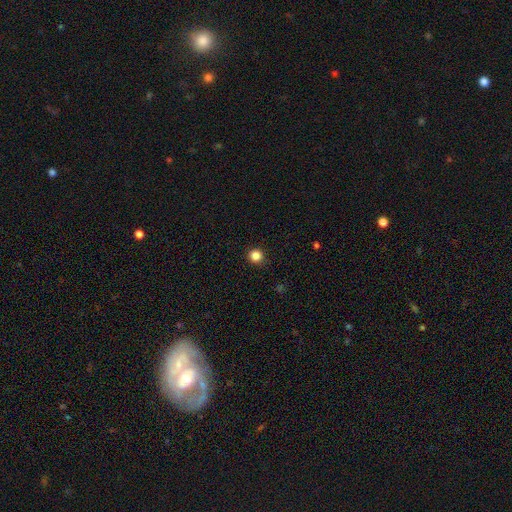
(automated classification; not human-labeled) The model was most divided on "smooth or featured": smooth: 85%, star or artifact: 12%, featured or disk: 4%. More confident: how rounded — round (94%); merging — none (92%).